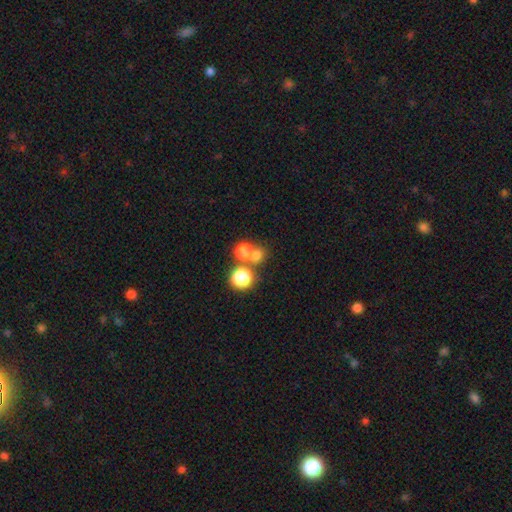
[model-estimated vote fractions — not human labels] This is likely a smooth galaxy (70%). How rounded: clearly round (81%). Merging: possibly none (52%).